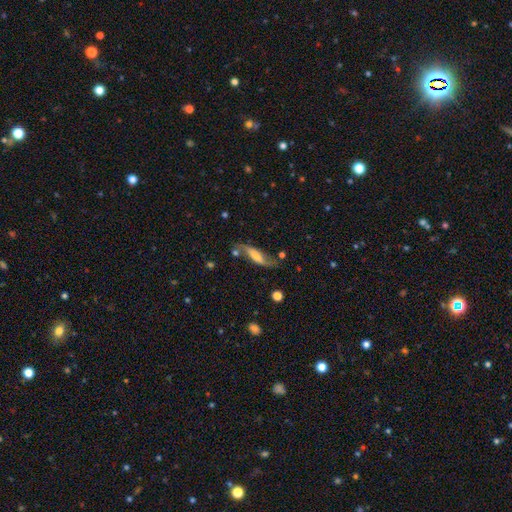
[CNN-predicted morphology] Smooth or featured? Predicted: featured or disk (p=0.63). Edge-on disk? Predicted: no (p=0.75). Merging? Predicted: none (p=0.64).